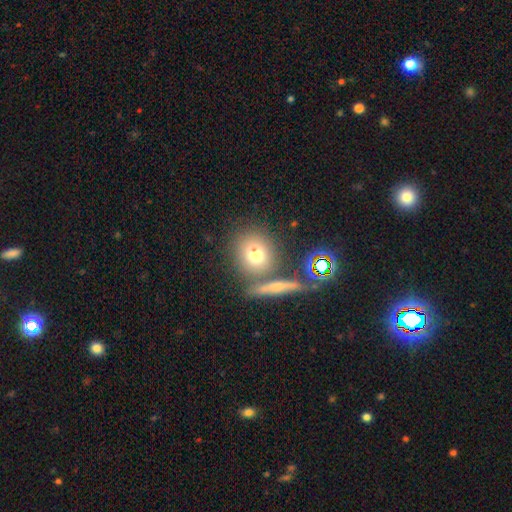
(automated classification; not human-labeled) A smooth galaxy with no disk features (65%) that is round (69%).

Vote fractions:
- Smooth or featured? smooth: 65% / featured or disk: 18% / star or artifact: 18%
- How rounded? round: 69% / in between: 27% / cigar-shaped: 4%
- Merging? none: 64% / merger: 21% / minor disturbance: 10% / major disturbance: 5%